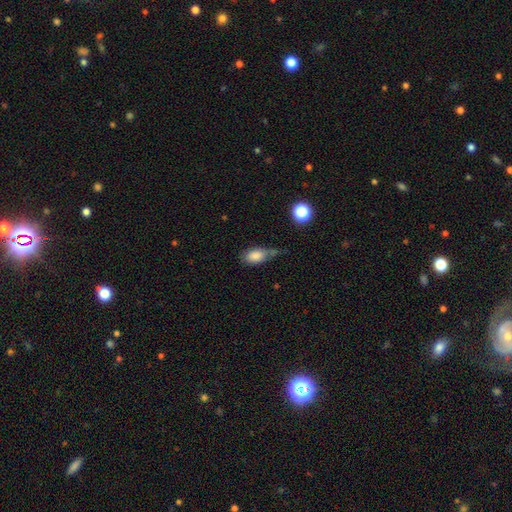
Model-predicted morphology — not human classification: This is clearly a smooth galaxy (82%). How rounded: clearly in between (87%). Merging: marginally none (40%).